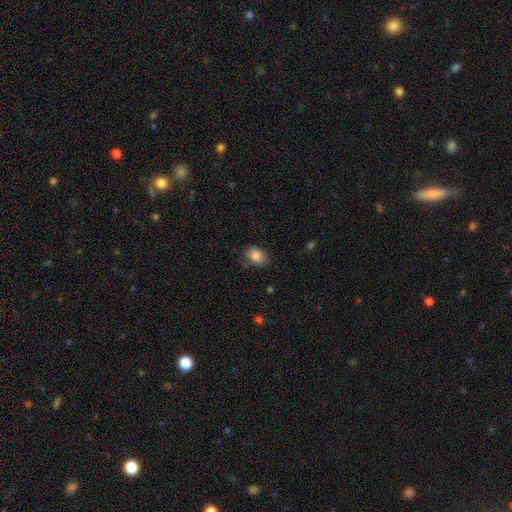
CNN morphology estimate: A smooth galaxy with no disk features (85%) that is in between round and cigar-shaped (72%). Merging: none (69%).